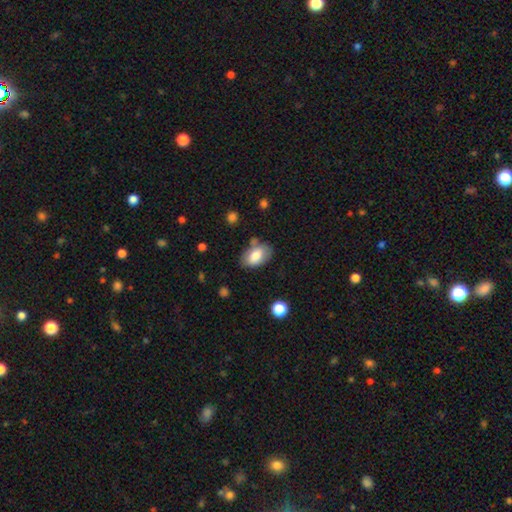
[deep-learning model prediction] Smooth or featured? Predicted: smooth (p=0.76). How rounded? Predicted: in between (p=0.91). Merging? Predicted: none (p=0.71).